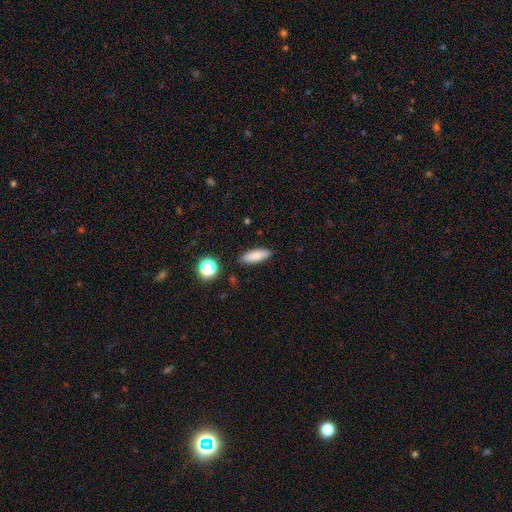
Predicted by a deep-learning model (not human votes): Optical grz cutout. It shows a smooth galaxy with no disk features (83%) that is in between round and cigar-shaped (57%). Merging: none (86%).